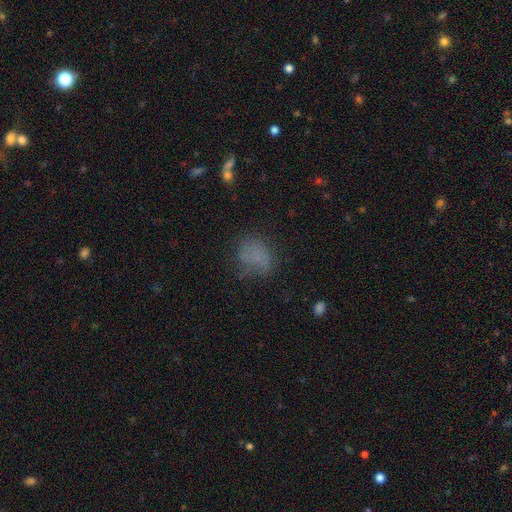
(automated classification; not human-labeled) A smooth galaxy with no disk features (64%) that is round (54%). Merging: none (51%).